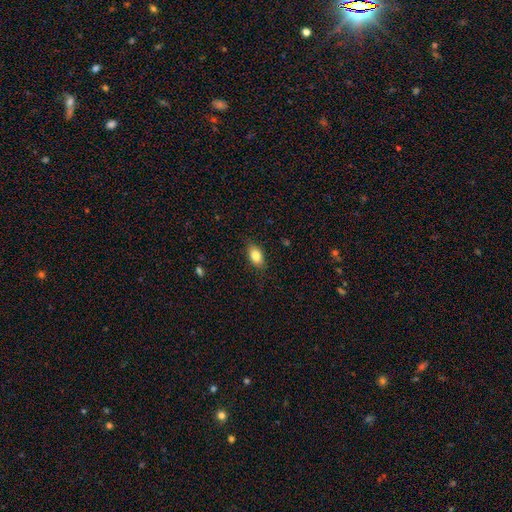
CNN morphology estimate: This appears to be a smooth galaxy with no disk features (82%) that is in between round and cigar-shaped (88%). Merging: none (84%).